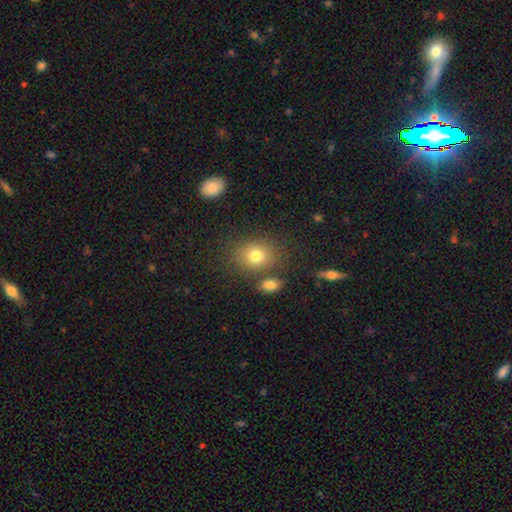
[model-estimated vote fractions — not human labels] smooth_or_featured: smooth (p=0.77) [alt: star or artifact p=0.13]
how_rounded: round (p=0.51) [alt: in between p=0.47]
merging: none (p=0.76) [alt: minor disturbance p=0.11]